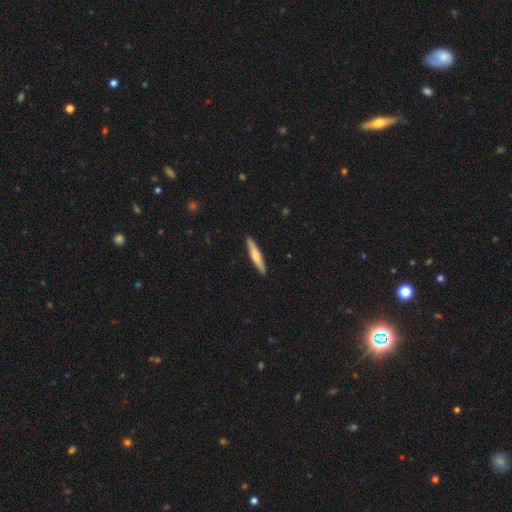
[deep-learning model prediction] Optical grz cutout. It shows a smooth galaxy with no disk features (55%) that is cigar-shaped (91%). Merging: none (91%).